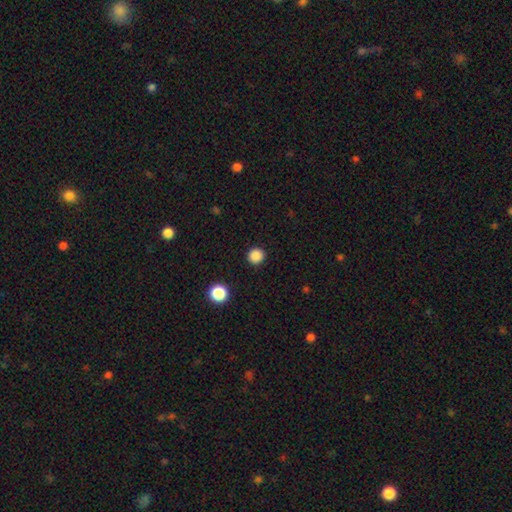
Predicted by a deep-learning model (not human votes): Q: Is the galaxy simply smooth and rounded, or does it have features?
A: smooth — 86%.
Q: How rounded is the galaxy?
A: round — 94%.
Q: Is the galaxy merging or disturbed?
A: none — 92%.